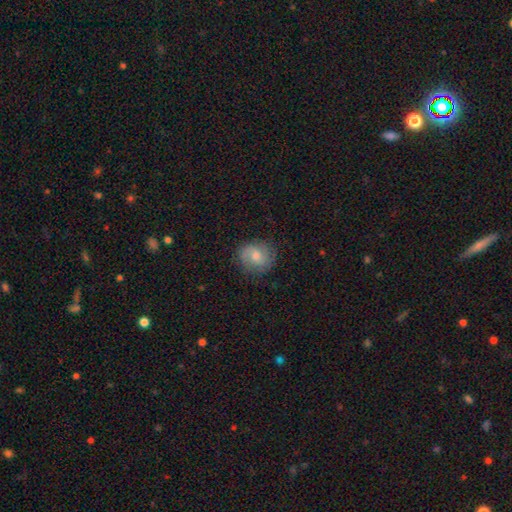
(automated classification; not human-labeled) This is possibly a featured or disk galaxy (46%). Merging: likely none (80%).